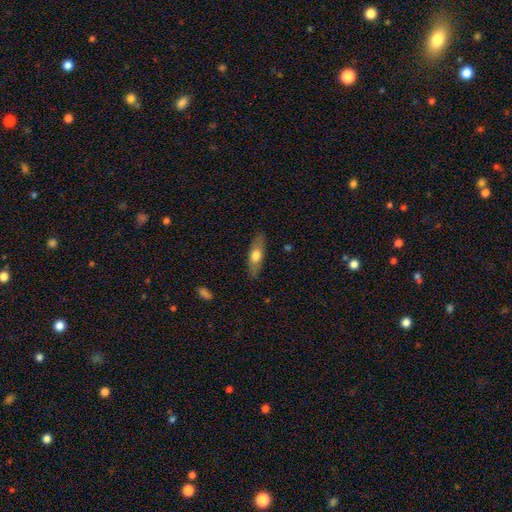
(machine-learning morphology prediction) smooth_or_featured: smooth (p=0.57) [alt: featured or disk p=0.36]
how_rounded: cigar-shaped (p=0.50) [alt: in between p=0.46]
merging: none (p=0.84) [alt: minor disturbance p=0.12]